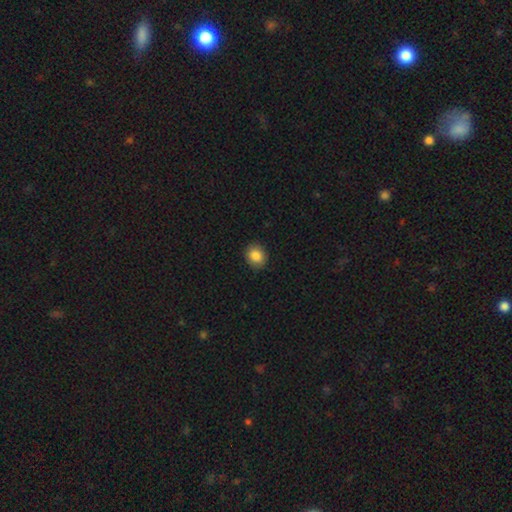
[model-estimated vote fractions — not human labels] Smooth or featured? Predicted: smooth (p=0.86). How rounded? Predicted: round (p=0.56). Merging? Predicted: none (p=0.89).